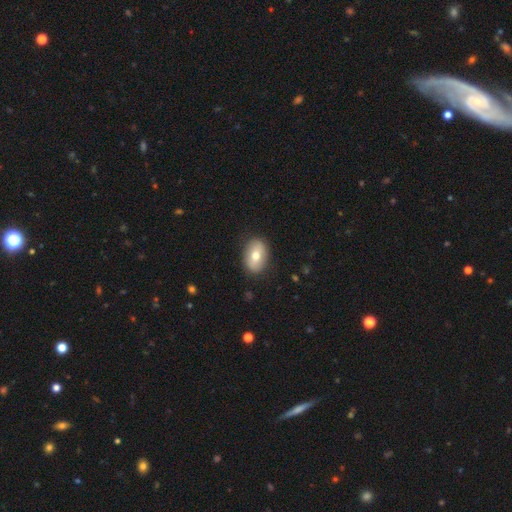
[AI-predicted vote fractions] The model was most divided on "smooth or featured": smooth: 68%, featured or disk: 24%, star or artifact: 7%. More confident: merging — none (86%); how rounded — in between (84%).